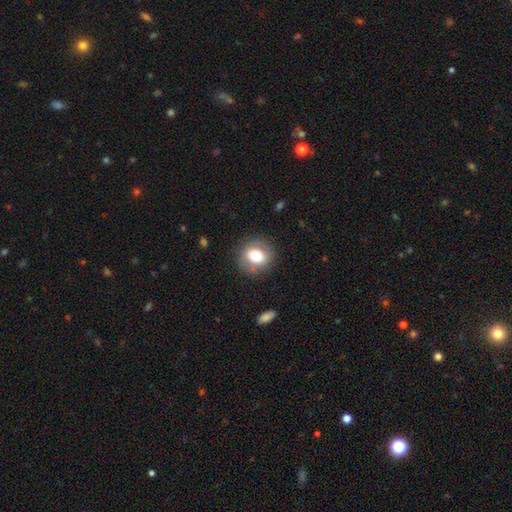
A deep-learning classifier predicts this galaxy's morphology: This is likely a smooth galaxy (71%). How rounded: likely round (76%). Merging: clearly none (85%).